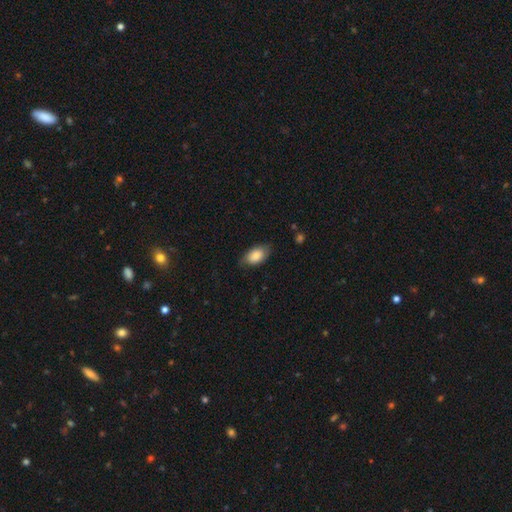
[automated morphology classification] Smooth or featured? smooth (83%)
How rounded? in between (92%)
Merging? none (72%)